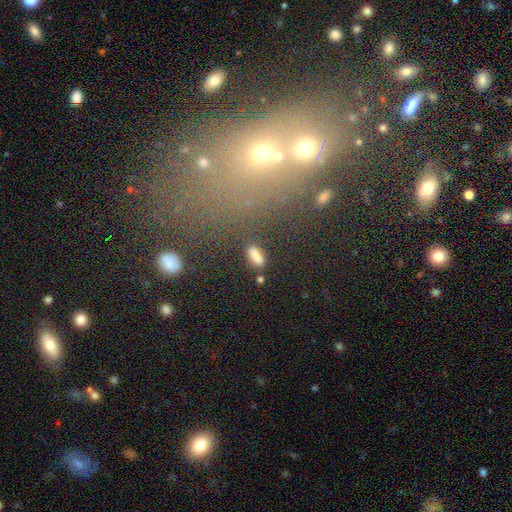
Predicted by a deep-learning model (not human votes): Smooth or featured? Predicted: smooth (p=0.82). How rounded? Predicted: in between (p=0.80). Merging? Predicted: none (p=0.77).